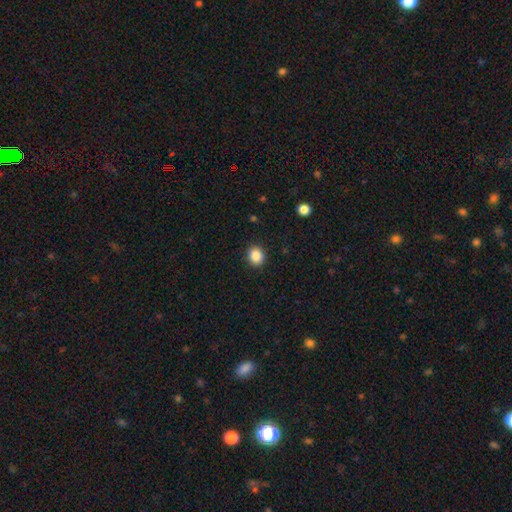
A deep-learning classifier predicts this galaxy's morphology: smooth_or_featured: smooth (p=0.87) [alt: star or artifact p=0.10]
how_rounded: round (p=0.76) [alt: in between p=0.23]
merging: none (p=0.91) [alt: minor disturbance p=0.06]